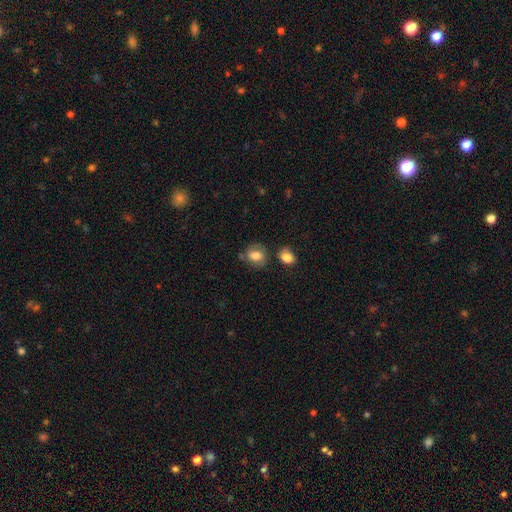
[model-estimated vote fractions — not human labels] This is likely a smooth galaxy (74%). How rounded: possibly in between (51%). Merging: likely none (62%).